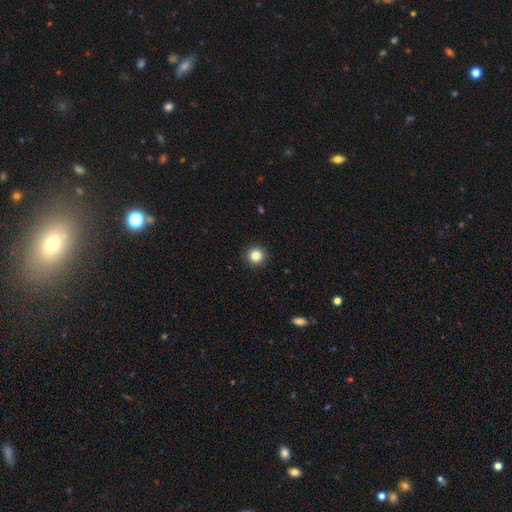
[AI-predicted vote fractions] Morphology: type=smooth (85%); roundness=round (95%); merging=none (93%).